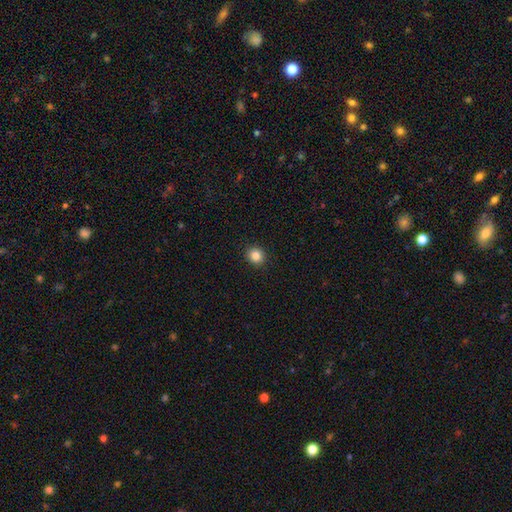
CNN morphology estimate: A smooth galaxy with no disk features (84%) that is round (84%).

Vote fractions:
- Smooth or featured? smooth: 84% / star or artifact: 11% / featured or disk: 5%
- How rounded? round: 84% / in between: 15% / cigar-shaped: 1%
- Merging? none: 92% / minor disturbance: 6% / major disturbance: 2% / merger: 1%